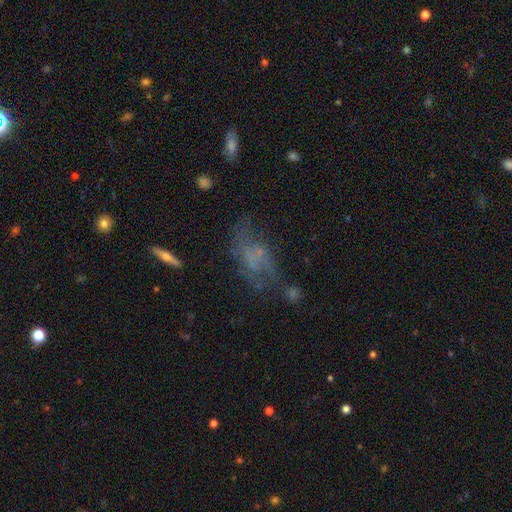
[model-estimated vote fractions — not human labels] smooth-or-featured: featured or disk: 42% | smooth: 36% | star or artifact: 22%
  merging: none: 46% | major disturbance: 26% | minor disturbance: 23% | merger: 5%